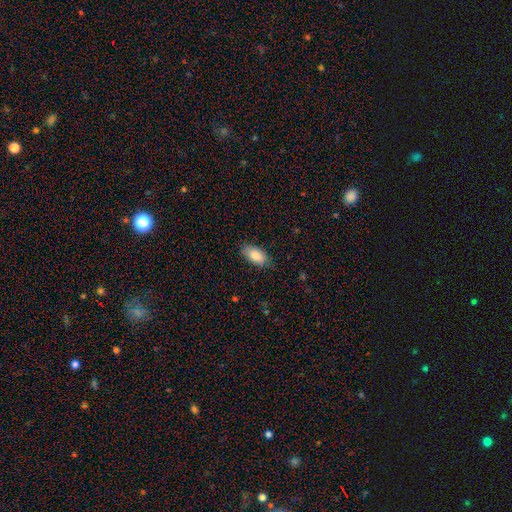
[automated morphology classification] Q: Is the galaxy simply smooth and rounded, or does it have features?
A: smooth — 87%.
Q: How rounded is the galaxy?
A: in between — 92%.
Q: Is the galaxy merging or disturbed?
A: none — 82%.